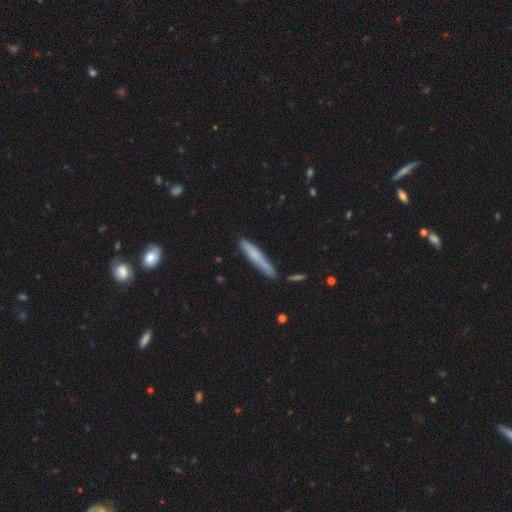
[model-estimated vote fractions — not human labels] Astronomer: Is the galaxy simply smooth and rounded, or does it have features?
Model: smooth — 67%.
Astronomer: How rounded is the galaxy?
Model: cigar-shaped — 94%.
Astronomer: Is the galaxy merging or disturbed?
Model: none — 76%.